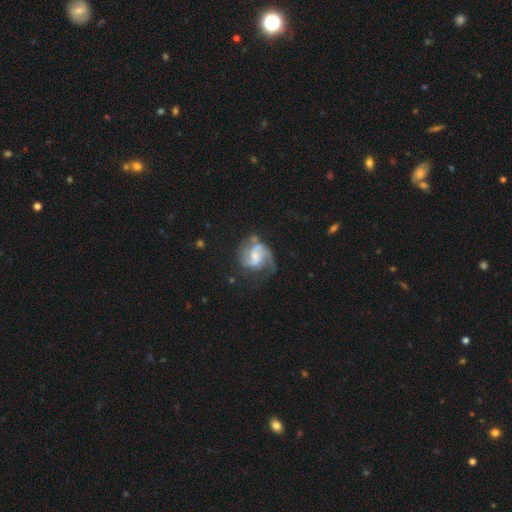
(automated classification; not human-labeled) Smooth or featured? featured or disk (81%)
Edge-on disk? no (98%)
Bar? weak (47%)
Spiral arms? yes (94%)
Spiral winding? medium (49%)
Spiral arm count? 2 (64%)
Bulge size? small (48%)
Merging? none (52%)